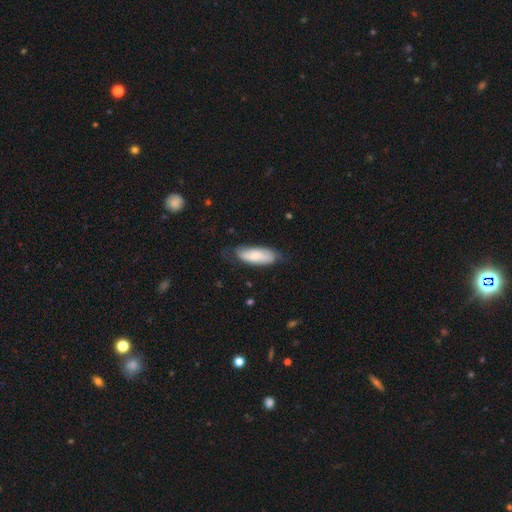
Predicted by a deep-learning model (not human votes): This appears to be a smooth galaxy with no disk features (65%) that is in between round and cigar-shaped (72%). Merging: none (65%).